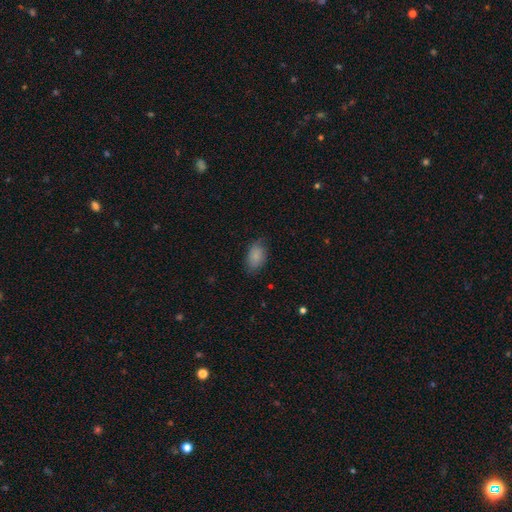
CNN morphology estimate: smooth_or_featured: smooth (p=0.84) [alt: featured or disk p=0.09]
how_rounded: in between (p=0.91) [alt: round p=0.08]
merging: none (p=0.73) [alt: minor disturbance p=0.21]